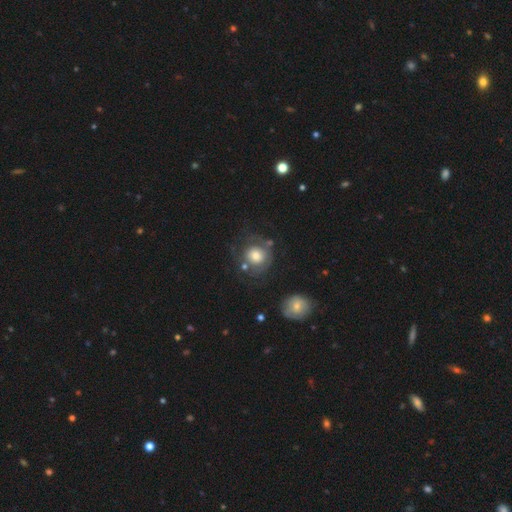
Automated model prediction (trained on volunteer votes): Overall: smooth (61%; featured or disk 30%). How rounded: round (87%). Merging: none (58%).